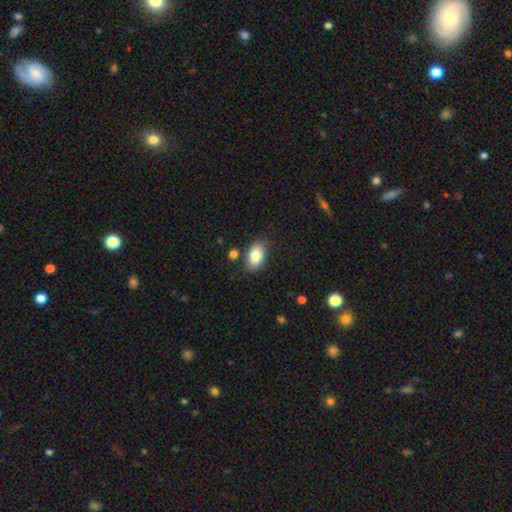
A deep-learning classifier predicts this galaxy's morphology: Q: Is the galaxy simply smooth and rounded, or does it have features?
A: smooth — 83%.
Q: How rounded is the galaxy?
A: in between — 90%.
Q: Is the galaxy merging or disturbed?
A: none — 82%.